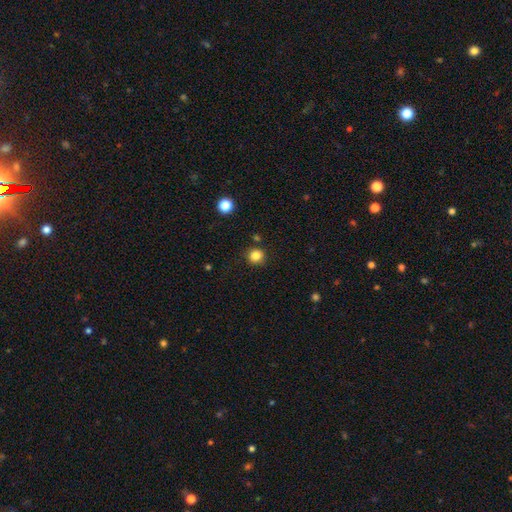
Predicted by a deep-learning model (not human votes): smooth 84%, star or artifact 12%, featured or disk 4%. Down the decision tree: how rounded — round (92%); merging — none (88%).